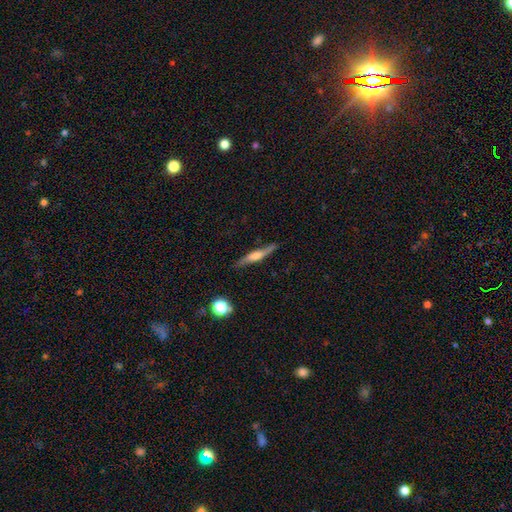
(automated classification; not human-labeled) Smooth or featured: featured or disk — 53% (smooth — 40%)
Edge-on disk: yes — 89% (no — 11%)
Merging: none — 79% (minor disturbance — 15%)